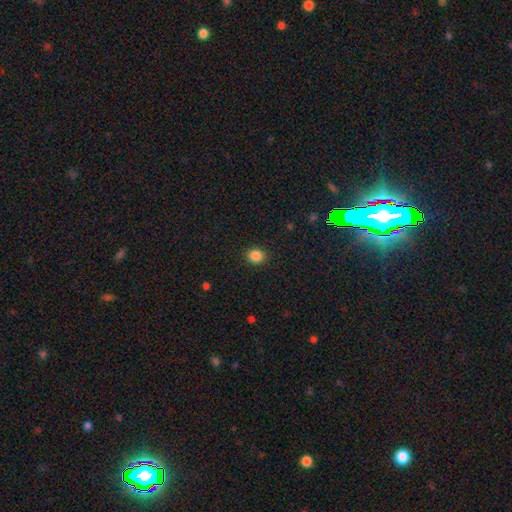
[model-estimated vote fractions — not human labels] smooth 86%, star or artifact 11%, featured or disk 3%. Down the decision tree: how rounded — round (73%); merging — none (90%).